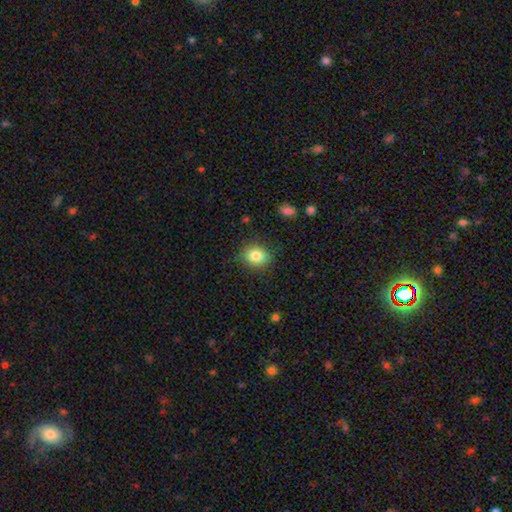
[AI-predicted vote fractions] Q: Smooth or featured?
A: smooth (82%); runner-up: star or artifact (10%)
Q: How rounded?
A: round (66%); runner-up: in between (33%)
Q: Merging?
A: none (84%); runner-up: minor disturbance (12%)